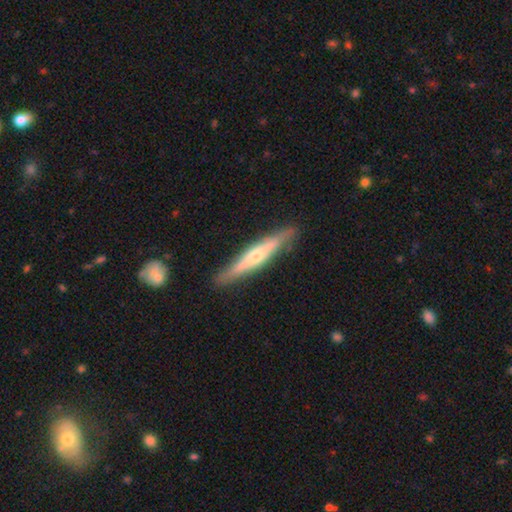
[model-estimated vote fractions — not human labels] A featured or disk galaxy (59%) viewed edge-on (92%) with a rounded central bulge (77%).

Vote fractions:
- Smooth or featured? featured or disk: 59% / smooth: 35% / star or artifact: 5%
- Edge-on disk? yes: 92% / no: 8%
- Edge-on bulge? rounded: 77% / none: 17% / boxy: 7%
- Merging? none: 86% / minor disturbance: 11% / major disturbance: 2% / merger: 2%